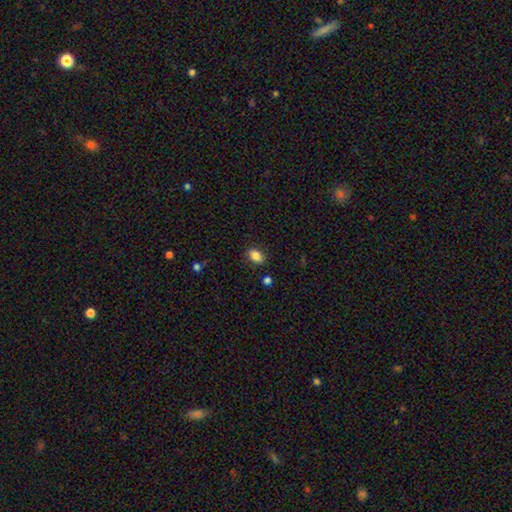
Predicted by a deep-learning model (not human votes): Overall: smooth (85%). How rounded: in between (81%). Merging: none (85%).